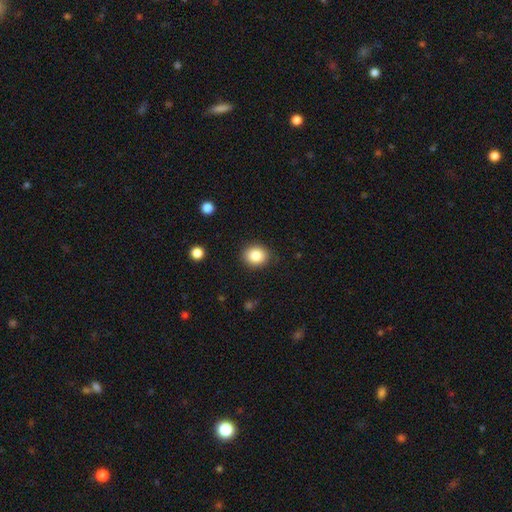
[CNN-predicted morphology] Smooth or featured?
  - smooth: 84% *
  - star or artifact: 10%
  - featured or disk: 6%
How rounded?
  - round: 73% *
  - in between: 26%
  - cigar-shaped: 1%
Merging?
  - none: 88% *
  - minor disturbance: 8%
  - major disturbance: 2%
  - merger: 1%